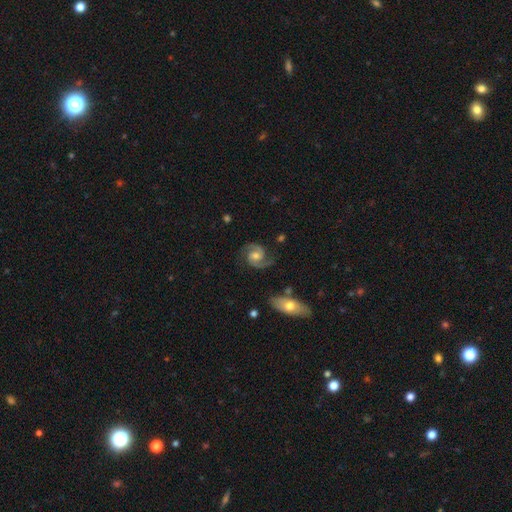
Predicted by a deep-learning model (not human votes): A featured or disk galaxy (90%) with no bar (50%), 2 (94%) medium (60%) spiral arms (98%) and a moderate central bulge (60%).

Vote fractions:
- Smooth or featured? featured or disk: 90% / smooth: 5% / star or artifact: 4%
- Edge-on disk? no: 98% / yes: 2%
- Bar? no: 50% / weak: 40% / strong: 10%
- Spiral arms? yes: 98% / no: 2%
- Spiral winding? medium: 60% / tight: 28% / loose: 12%
- Spiral arm count? 2: 94% / can't tell: 2% / 1: 1% / 3: 1% / 4: 1% / more than 4: 1%
- Bulge size? moderate: 60% / small: 27% / large: 6% / none: 5% / dominant: 1%
- Merging? none: 82% / minor disturbance: 12% / major disturbance: 4% / merger: 2%